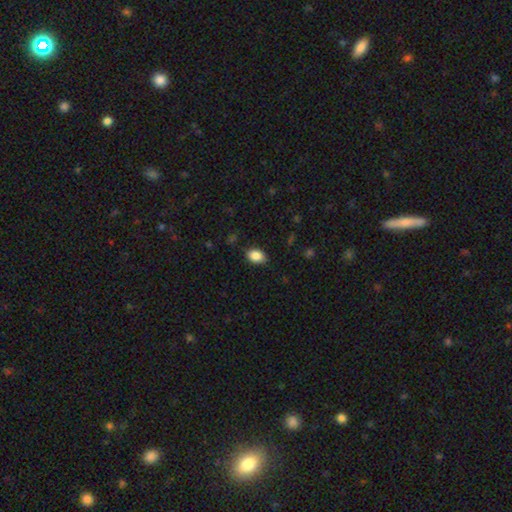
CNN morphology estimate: This appears to be a smooth galaxy with no disk features (87%) that is in between round and cigar-shaped (84%). Merging: none (82%).